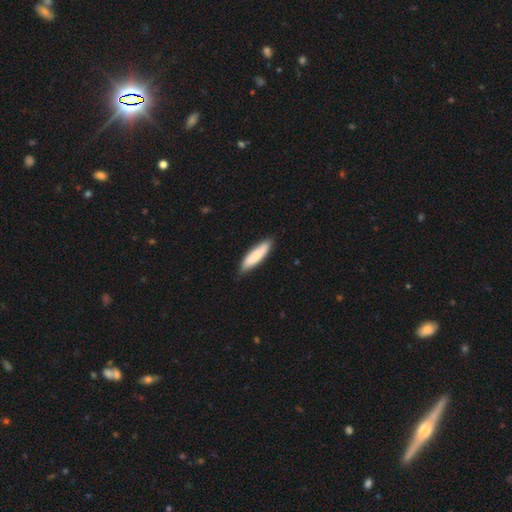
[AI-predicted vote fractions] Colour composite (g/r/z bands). It shows a smooth galaxy with no disk features (79%) that is cigar-shaped (64%). Merging: none (82%).